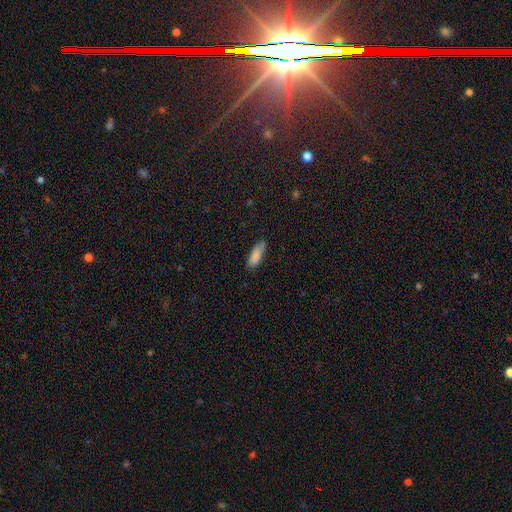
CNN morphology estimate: type=smooth (86%); roundness=in between (60%); merging=none (73%).